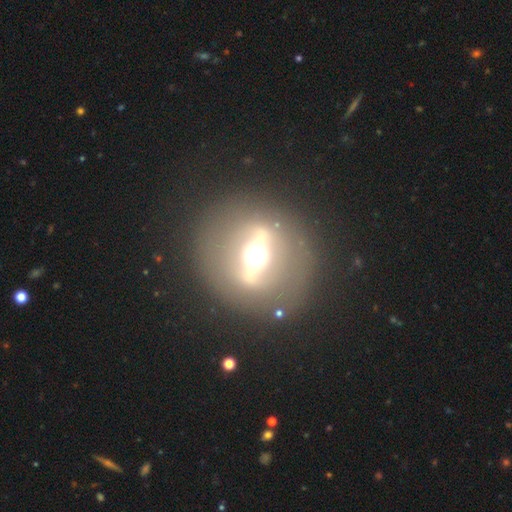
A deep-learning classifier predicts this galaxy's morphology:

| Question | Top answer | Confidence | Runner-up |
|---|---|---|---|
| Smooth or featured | featured or disk | 78% | smooth (14%) |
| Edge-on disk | yes | 55% | no (45%) |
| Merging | none | 84% | minor disturbance (8%) |